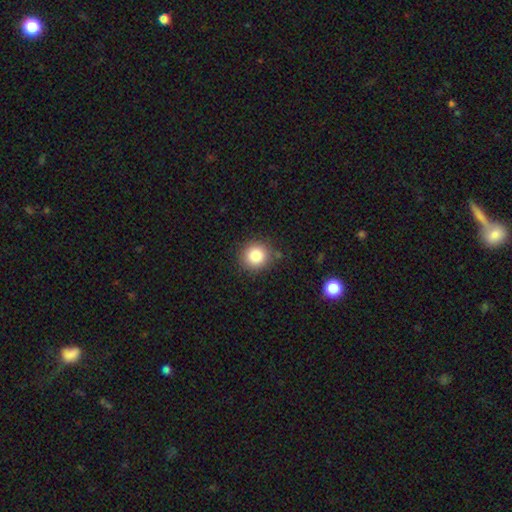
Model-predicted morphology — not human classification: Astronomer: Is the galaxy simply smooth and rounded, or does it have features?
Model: smooth — 85%.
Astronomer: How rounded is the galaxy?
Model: round — 91%.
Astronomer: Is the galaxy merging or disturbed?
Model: none — 86%.